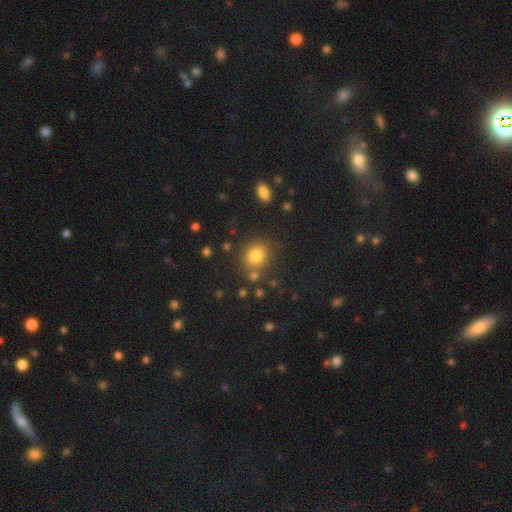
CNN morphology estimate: type=smooth (81%); roundness=round (76%); merging=none (79%).